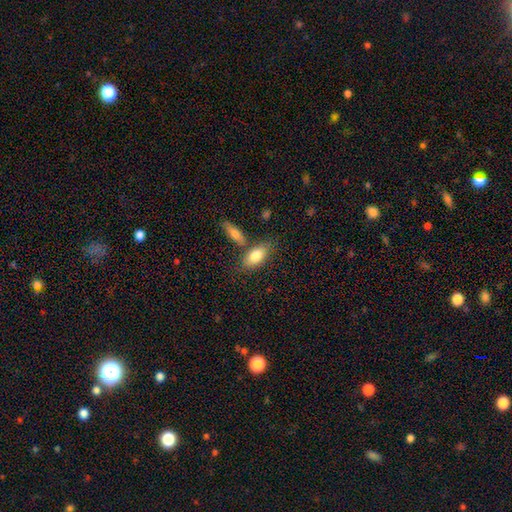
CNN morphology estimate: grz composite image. It shows a smooth galaxy with no disk features (81%) that is in between round and cigar-shaped (87%). Merging: none (60%).